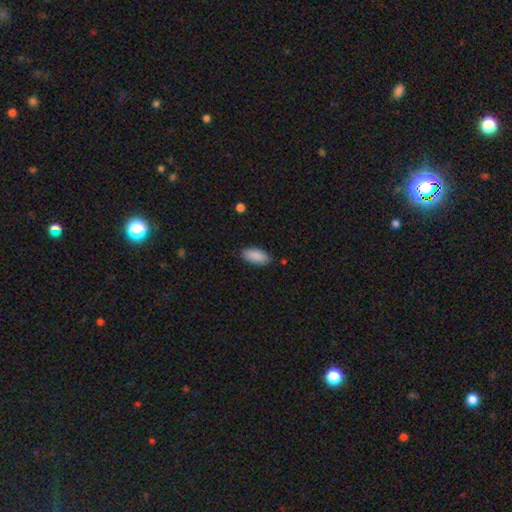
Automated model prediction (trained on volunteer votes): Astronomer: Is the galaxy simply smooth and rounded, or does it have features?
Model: smooth — 90%.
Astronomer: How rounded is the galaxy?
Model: in between — 90%.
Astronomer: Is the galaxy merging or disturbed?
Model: none — 86%.